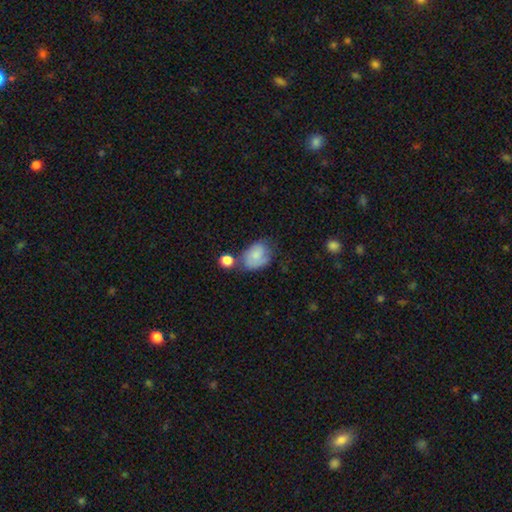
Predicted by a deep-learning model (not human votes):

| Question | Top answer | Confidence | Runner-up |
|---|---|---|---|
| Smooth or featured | smooth | 68% | featured or disk (23%) |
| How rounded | in between | 75% | round (24%) |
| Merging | none | 41% | minor disturbance (29%) |